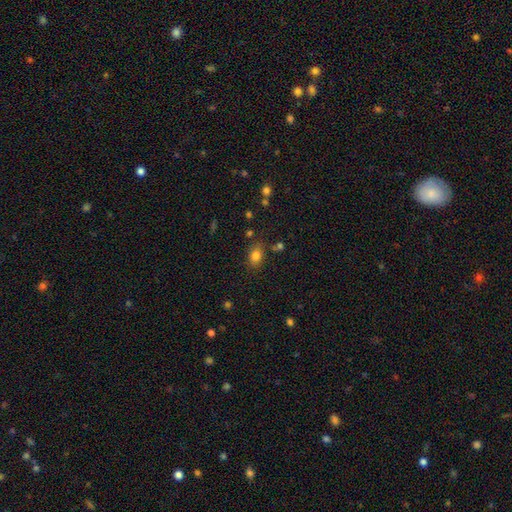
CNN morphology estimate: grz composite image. It shows a smooth galaxy with no disk features (80%) that is in between round and cigar-shaped (74%). Merging: none (77%).